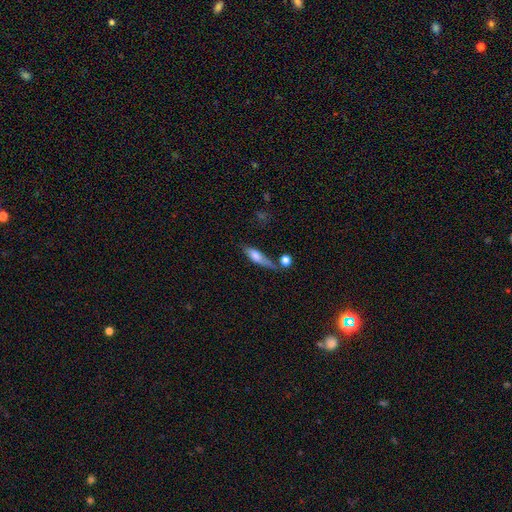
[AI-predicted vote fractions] Q: Smooth or featured?
A: smooth (68%); runner-up: featured or disk (25%)
Q: How rounded?
A: cigar-shaped (52%); runner-up: in between (45%)
Q: Merging?
A: none (43%); runner-up: minor disturbance (25%)